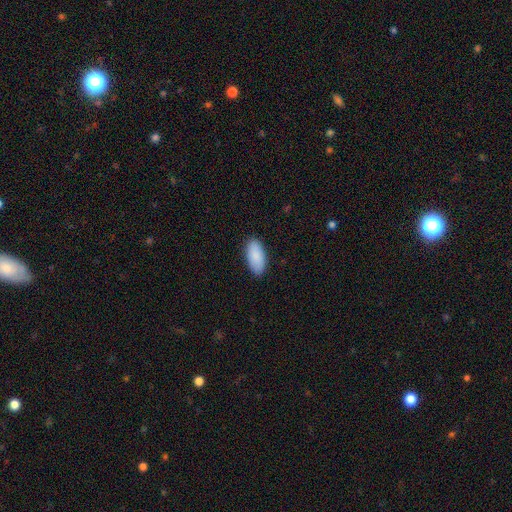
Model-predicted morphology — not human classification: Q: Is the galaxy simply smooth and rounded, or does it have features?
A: smooth — 90%.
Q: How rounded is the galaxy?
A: in between — 93%.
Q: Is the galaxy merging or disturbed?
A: none — 88%.